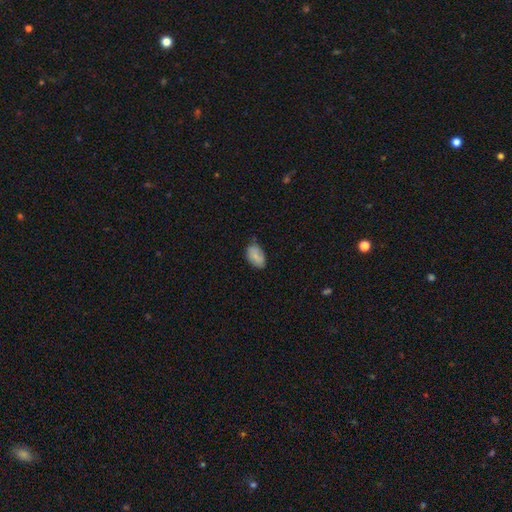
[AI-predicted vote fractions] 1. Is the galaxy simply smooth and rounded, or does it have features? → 79% smooth, 14% featured or disk, 7% star or artifact.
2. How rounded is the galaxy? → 92% in between, 7% round, 2% cigar-shaped.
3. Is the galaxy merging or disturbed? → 65% none, 28% minor disturbance, 5% major disturbance, 2% merger.